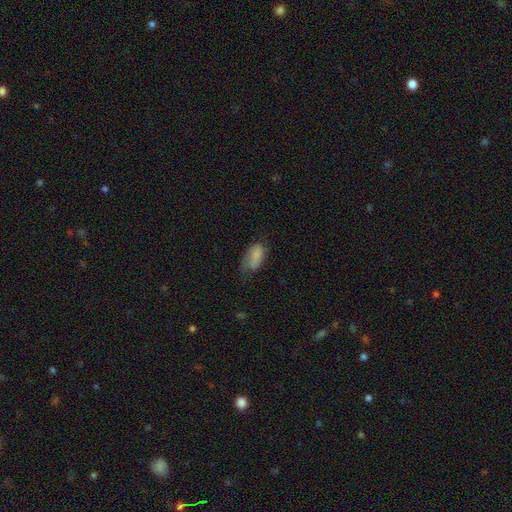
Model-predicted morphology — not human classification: A smooth galaxy with no disk features (76%) that is in between round and cigar-shaped (92%).

Vote fractions:
- Smooth or featured? smooth: 76% / featured or disk: 15% / star or artifact: 8%
- How rounded? in between: 92% / round: 4% / cigar-shaped: 3%
- Merging? minor disturbance: 36% / none: 32% / major disturbance: 29% / merger: 3%